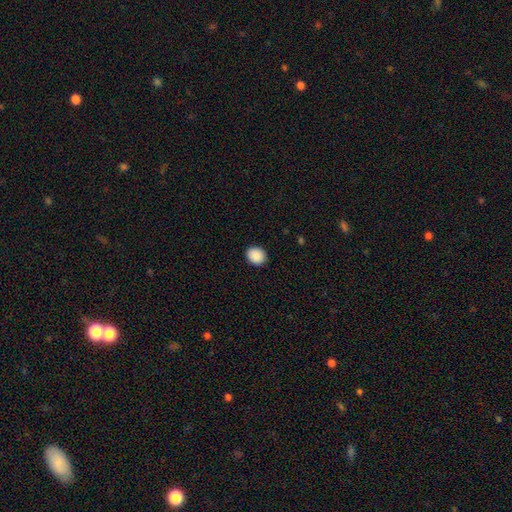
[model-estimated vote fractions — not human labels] Smooth or featured?
  - smooth: 90% *
  - star or artifact: 8%
  - featured or disk: 2%
How rounded?
  - round: 61% *
  - in between: 38%
  - cigar-shaped: 1%
Merging?
  - none: 90% *
  - minor disturbance: 7%
  - major disturbance: 2%
  - merger: 1%